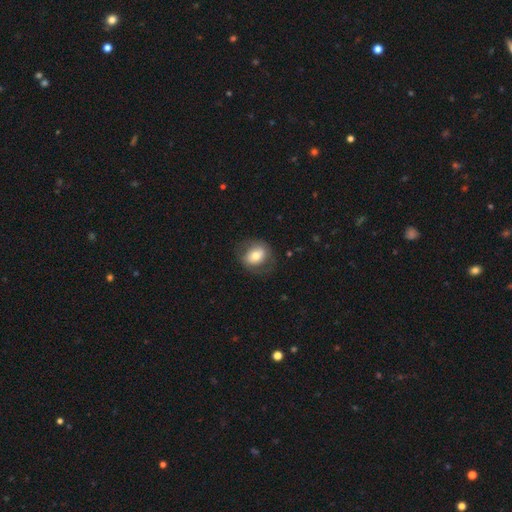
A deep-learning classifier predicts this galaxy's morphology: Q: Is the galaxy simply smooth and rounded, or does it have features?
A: smooth — 65%.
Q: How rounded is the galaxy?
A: in between — 55%.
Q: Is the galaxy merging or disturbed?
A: none — 72%.